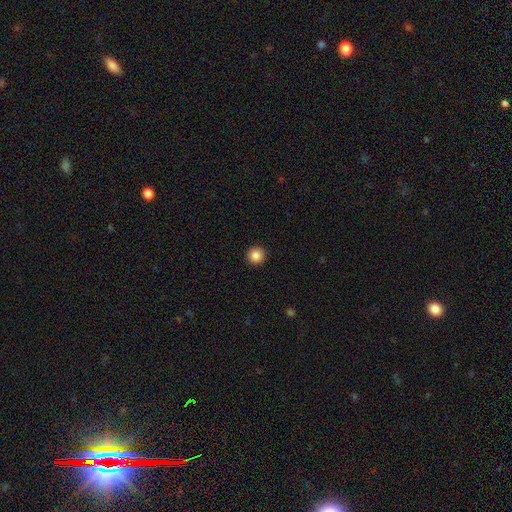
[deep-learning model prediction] Morphology: type=smooth (86%); roundness=round (96%); merging=none (94%).